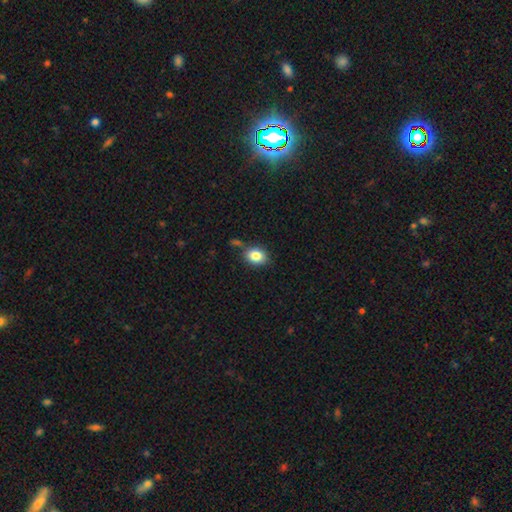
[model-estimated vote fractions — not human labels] Smooth or featured: smooth — 84% (star or artifact — 9%)
How rounded: in between — 57% (round — 42%)
Merging: none — 73% (minor disturbance — 15%)